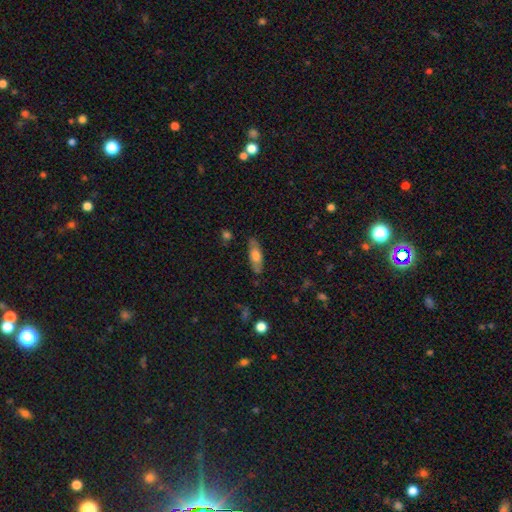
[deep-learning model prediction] A smooth galaxy with no disk features (63%) that is in between round and cigar-shaped (64%).

Vote fractions:
- Smooth or featured? smooth: 63% / featured or disk: 31% / star or artifact: 6%
- How rounded? in between: 64% / cigar-shaped: 34% / round: 2%
- Merging? none: 80% / minor disturbance: 15% / major disturbance: 3% / merger: 2%